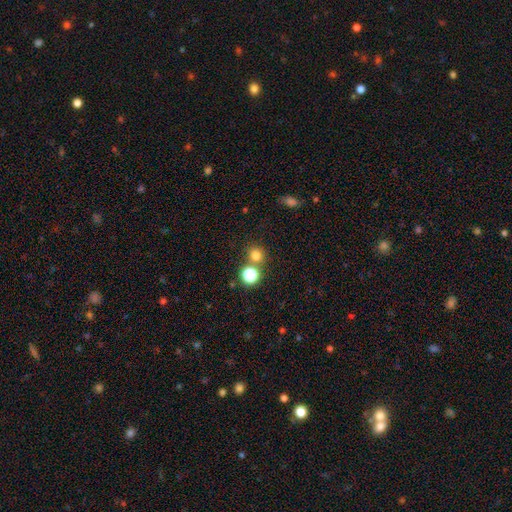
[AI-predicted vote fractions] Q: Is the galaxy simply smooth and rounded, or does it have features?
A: smooth — 76%.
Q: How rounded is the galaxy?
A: round — 88%.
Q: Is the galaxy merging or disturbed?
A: none — 71%.